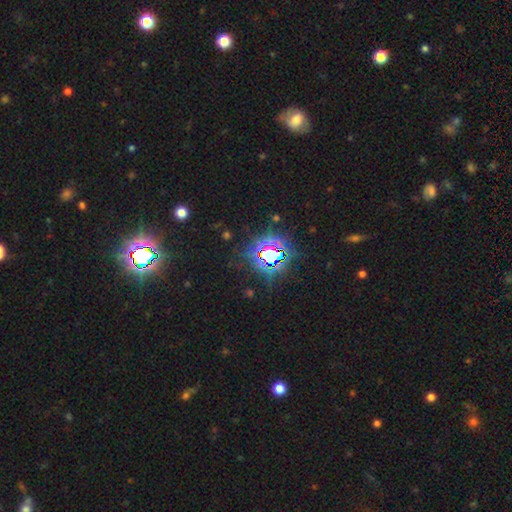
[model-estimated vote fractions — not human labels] Q: Smooth or featured?
A: star or artifact (81%); runner-up: smooth (12%)